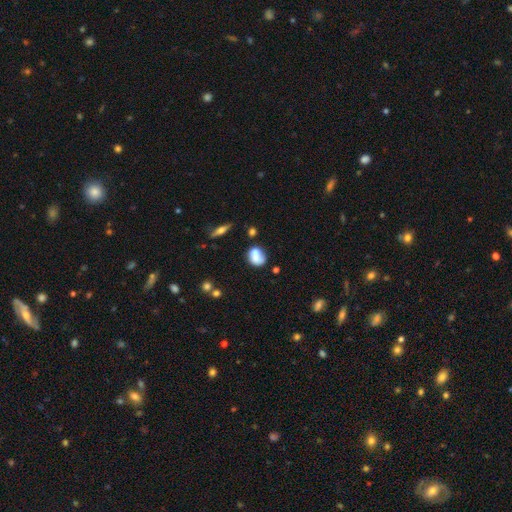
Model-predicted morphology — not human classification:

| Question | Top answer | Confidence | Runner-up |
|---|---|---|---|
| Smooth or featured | smooth | 69% | featured or disk (21%) |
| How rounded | in between | 58% | round (40%) |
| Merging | none | 42% | merger (25%) |